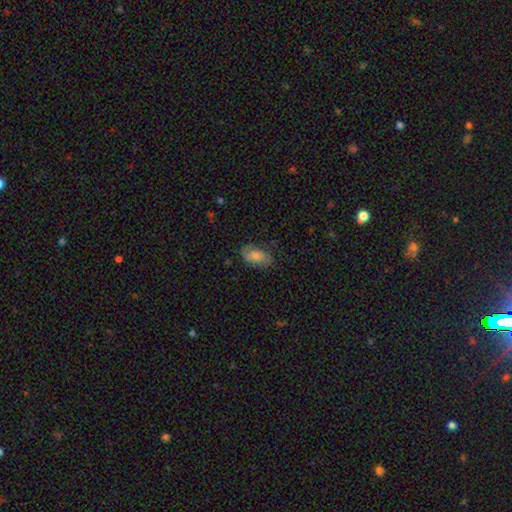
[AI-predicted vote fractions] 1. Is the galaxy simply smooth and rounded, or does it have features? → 59% smooth, 31% featured or disk, 9% star or artifact.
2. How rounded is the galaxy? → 90% in between, 7% round, 3% cigar-shaped.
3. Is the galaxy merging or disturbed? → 76% none, 18% minor disturbance, 5% major disturbance, 1% merger.